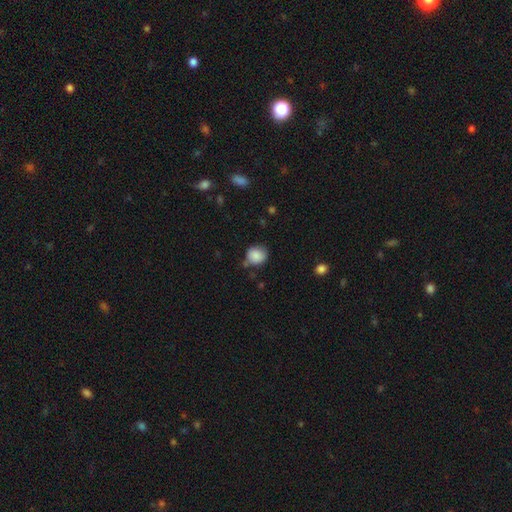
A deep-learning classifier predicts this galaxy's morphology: The model was most divided on "merging": none: 67%, minor disturbance: 22%, major disturbance: 5%, merger: 5%. More confident: smooth or featured — smooth (86%); how rounded — round (78%).